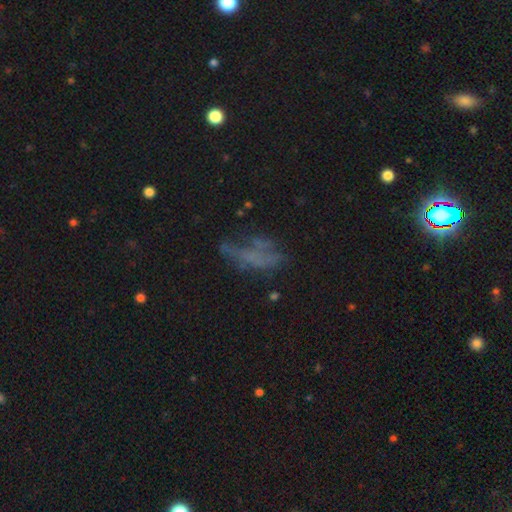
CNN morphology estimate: Smooth or featured? featured or disk (41%)
Merging? none (40%)